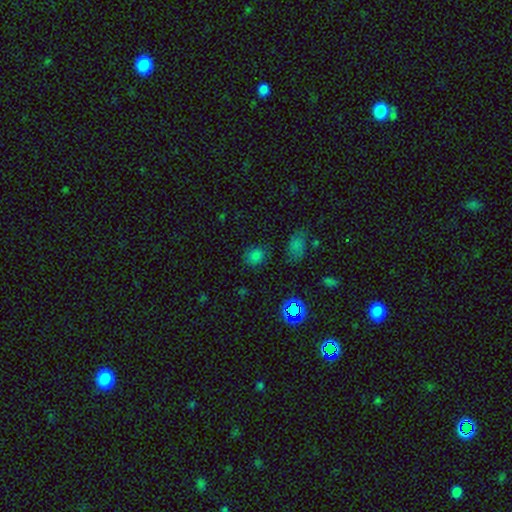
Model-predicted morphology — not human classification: This appears to be a smooth galaxy with no disk features (71%) that is round (66%). Merging: none (78%).